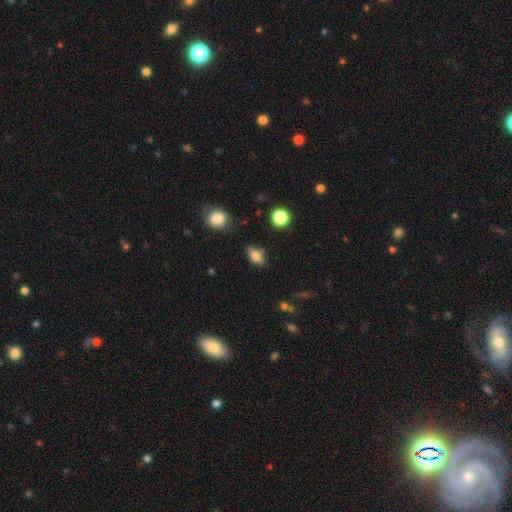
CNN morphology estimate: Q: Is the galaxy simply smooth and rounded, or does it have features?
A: smooth — 79%.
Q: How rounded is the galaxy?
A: in between — 84%.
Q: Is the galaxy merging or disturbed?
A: none — 71%.